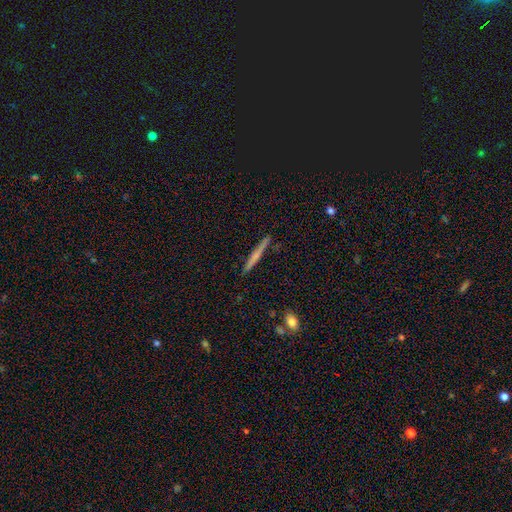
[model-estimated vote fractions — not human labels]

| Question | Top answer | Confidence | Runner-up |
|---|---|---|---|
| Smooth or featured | featured or disk | 48% | smooth (46%) |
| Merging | none | 89% | minor disturbance (8%) |